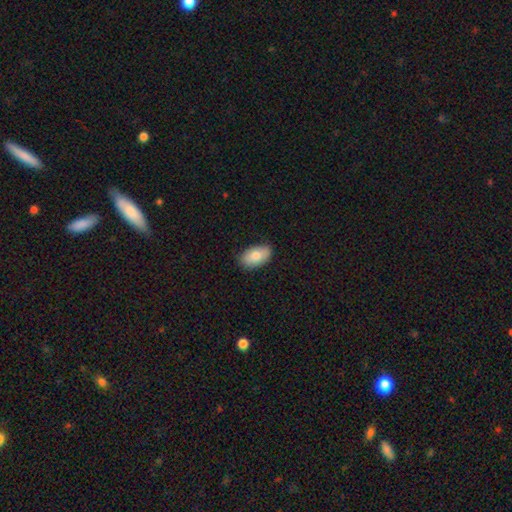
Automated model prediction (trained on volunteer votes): smooth 80%, featured or disk 13%, star or artifact 7%. Down the decision tree: how rounded — in between (93%); merging — none (84%).